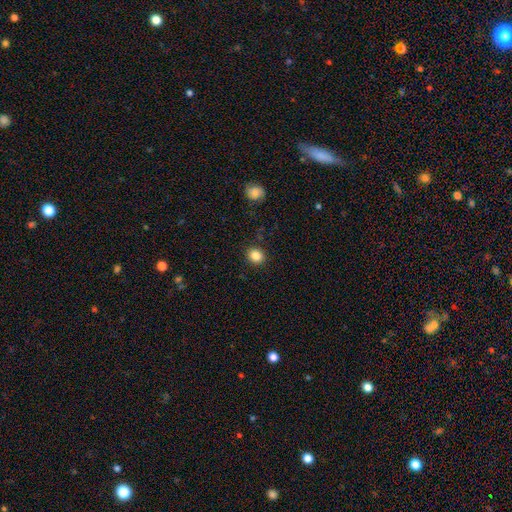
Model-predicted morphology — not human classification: This appears to be a smooth galaxy with no disk features (85%) that is round (70%). Merging: none (89%).